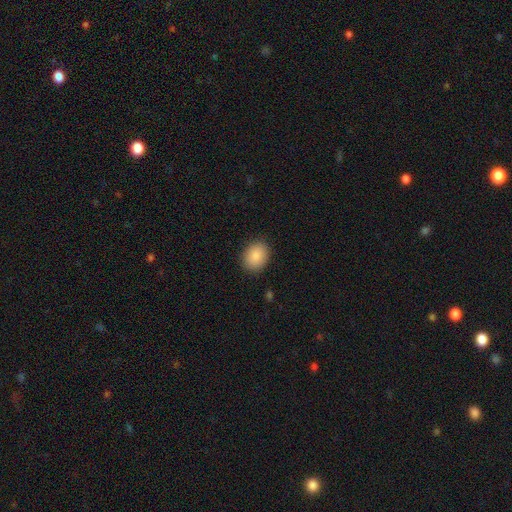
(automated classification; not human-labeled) Overall: smooth (88%). How rounded: in between (62%; round 37%). Merging: none (88%).